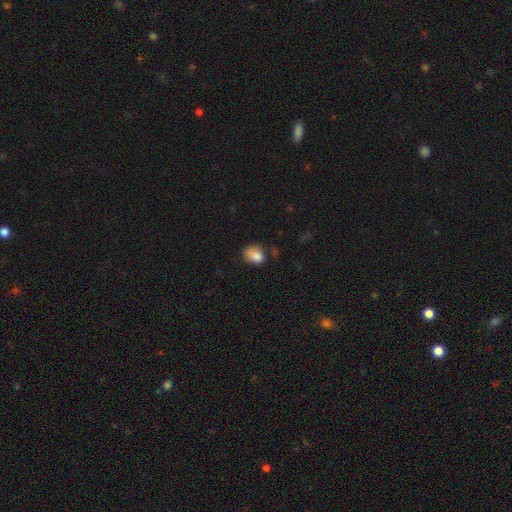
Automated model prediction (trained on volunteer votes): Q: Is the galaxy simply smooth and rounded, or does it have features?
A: smooth — 84%.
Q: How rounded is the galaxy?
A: in between — 64%.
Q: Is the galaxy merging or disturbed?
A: none — 53%.